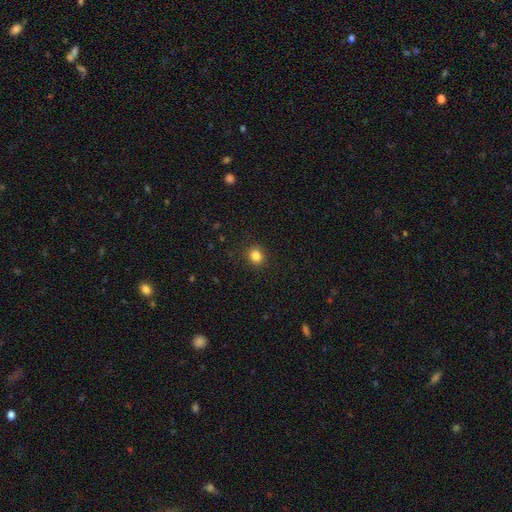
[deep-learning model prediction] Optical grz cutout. It shows a smooth galaxy with no disk features (85%) that is round (78%). Merging: none (89%).